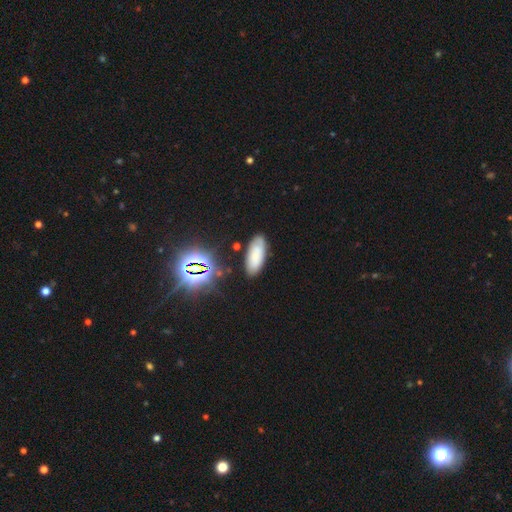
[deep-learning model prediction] smooth 68%, featured or disk 18%, star or artifact 14%. Down the decision tree: how rounded — in between (84%); merging — none (80%).